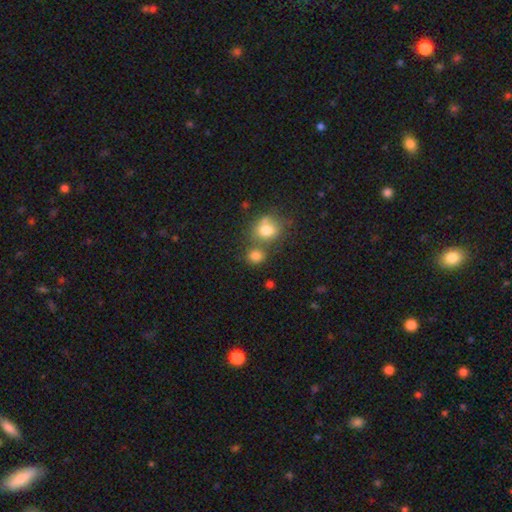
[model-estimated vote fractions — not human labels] This is likely a smooth galaxy (79%). How rounded: likely round (76%). Merging: possibly none (54%).